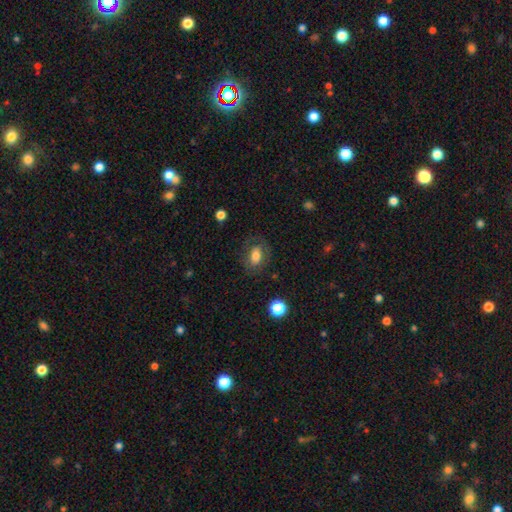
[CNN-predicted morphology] This is likely a smooth galaxy (68%). How rounded: clearly in between (82%). Merging: likely none (72%).